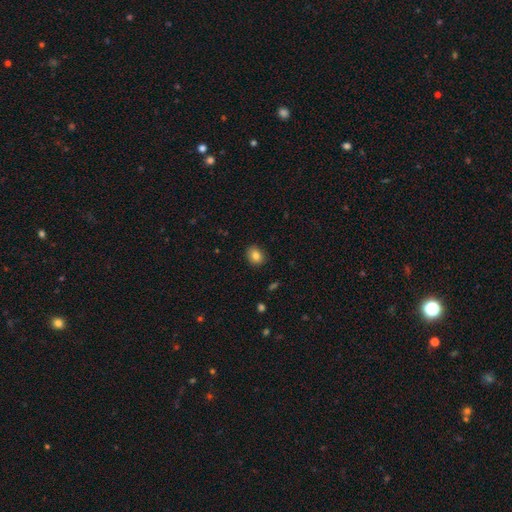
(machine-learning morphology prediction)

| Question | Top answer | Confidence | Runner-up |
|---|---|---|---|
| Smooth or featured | smooth | 83% | star or artifact (10%) |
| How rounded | round | 55% | in between (44%) |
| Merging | none | 88% | minor disturbance (9%) |